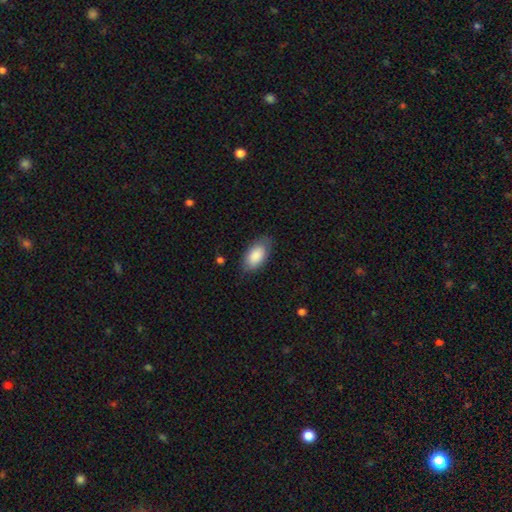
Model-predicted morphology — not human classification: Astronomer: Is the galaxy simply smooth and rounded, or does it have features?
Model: smooth — 87%.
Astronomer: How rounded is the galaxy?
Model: in between — 94%.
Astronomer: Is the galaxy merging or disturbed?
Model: none — 78%.